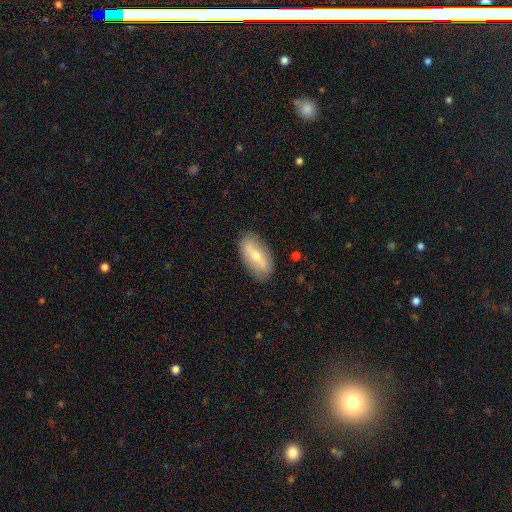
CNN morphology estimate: This appears to be a smooth galaxy with no disk features (52%) that is in between round and cigar-shaped (87%). Merging: none (85%).